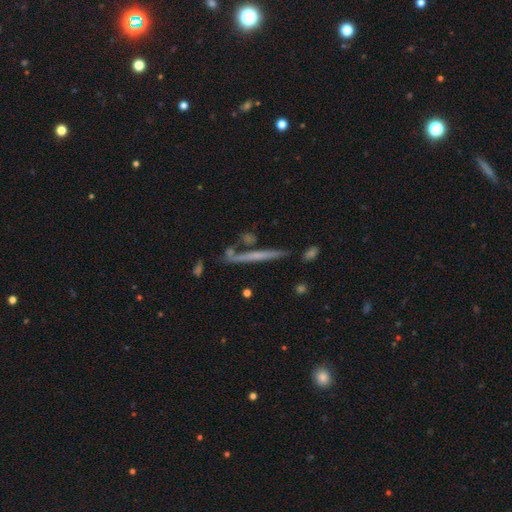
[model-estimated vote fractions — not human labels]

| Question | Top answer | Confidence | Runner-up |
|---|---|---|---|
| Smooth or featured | featured or disk | 56% | smooth (34%) |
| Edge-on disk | yes | 94% | no (6%) |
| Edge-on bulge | none | 73% | rounded (20%) |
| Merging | none | 74% | minor disturbance (12%) |